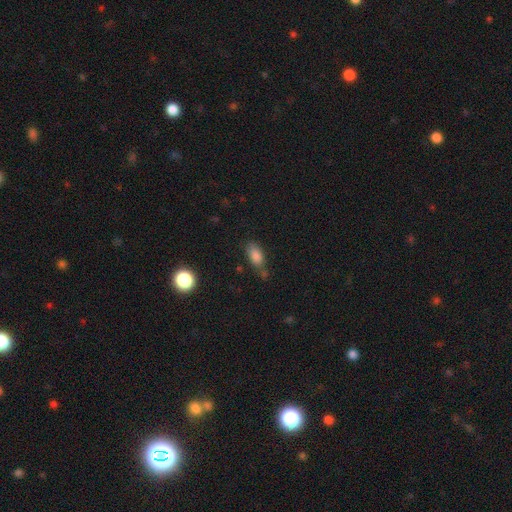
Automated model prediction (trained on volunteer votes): Smooth or featured: smooth — 82% (star or artifact — 10%)
How rounded: in between — 87% (cigar-shaped — 8%)
Merging: none — 59% (minor disturbance — 24%)